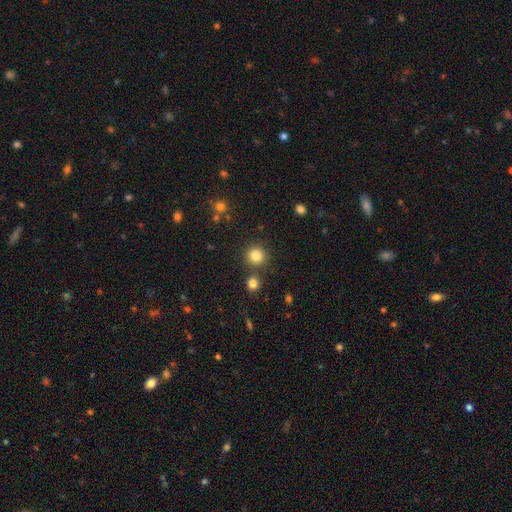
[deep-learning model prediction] smooth 83%, star or artifact 12%, featured or disk 5%. Down the decision tree: how rounded — round (93%); merging — none (82%).